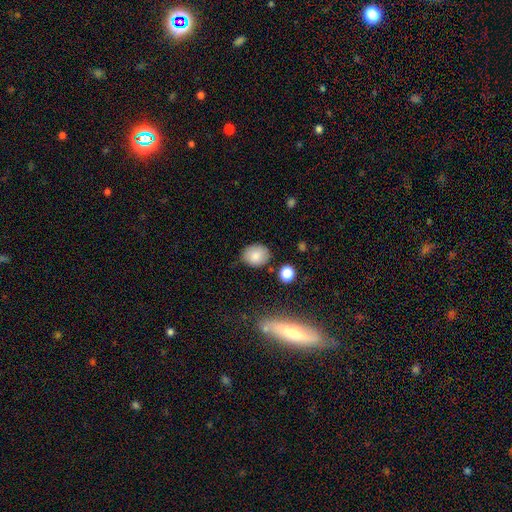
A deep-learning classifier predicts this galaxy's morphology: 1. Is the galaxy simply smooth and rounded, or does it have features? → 84% smooth, 9% star or artifact, 8% featured or disk.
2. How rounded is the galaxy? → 56% round, 43% in between, 1% cigar-shaped.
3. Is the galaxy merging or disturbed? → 79% none, 15% minor disturbance, 3% major disturbance, 3% merger.